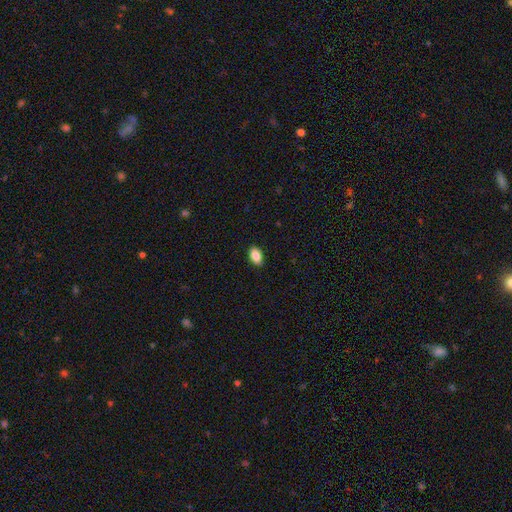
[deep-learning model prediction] This appears to be a smooth galaxy with no disk features (88%) that is in between round and cigar-shaped (91%). Merging: none (90%).